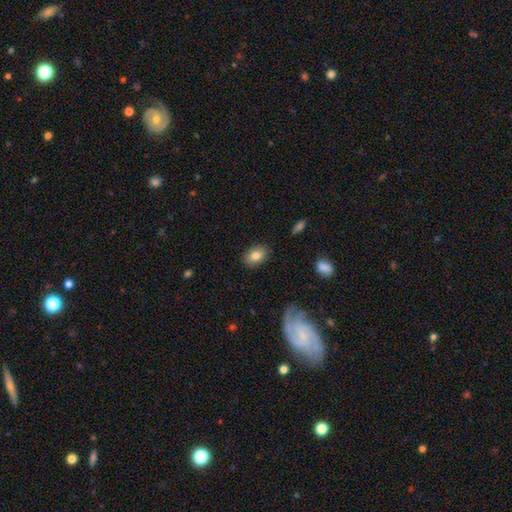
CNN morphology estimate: Smooth or featured: smooth — 80% (featured or disk — 12%)
How rounded: in between — 82% (round — 16%)
Merging: none — 86% (minor disturbance — 10%)